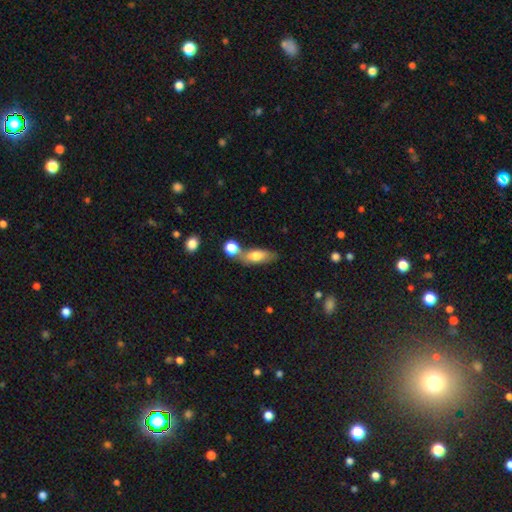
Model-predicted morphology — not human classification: This is likely a smooth galaxy (69%). How rounded: likely in between (71%). Merging: possibly none (50%).